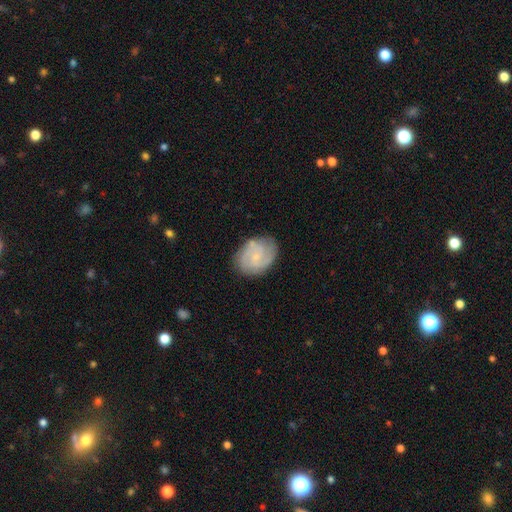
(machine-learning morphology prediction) This appears to be a featured or disk galaxy (73%) with no bar (63%), 2 (49%) tight (46%) spiral arms (93%) and a small central bulge (75%). Merging: none (76%).